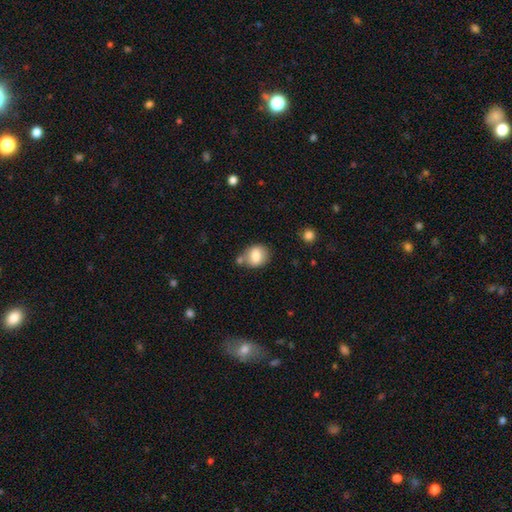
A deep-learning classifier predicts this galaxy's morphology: This is likely a smooth galaxy (78%). How rounded: likely round (66%). Merging: likely none (63%).